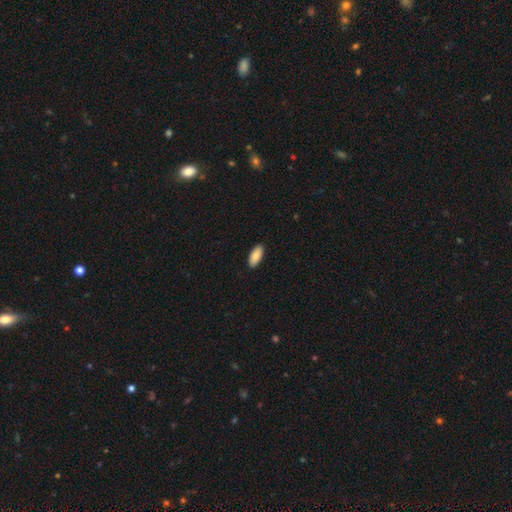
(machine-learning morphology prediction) type=smooth (87%); roundness=in between (89%); merging=none (90%).